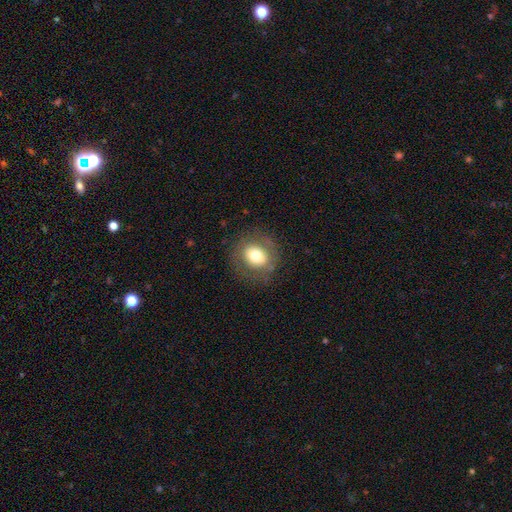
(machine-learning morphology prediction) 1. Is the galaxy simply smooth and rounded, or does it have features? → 66% smooth, 24% featured or disk, 10% star or artifact.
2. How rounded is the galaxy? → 76% round, 23% in between, 1% cigar-shaped.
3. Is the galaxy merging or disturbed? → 80% none, 12% minor disturbance, 7% major disturbance, 1% merger.